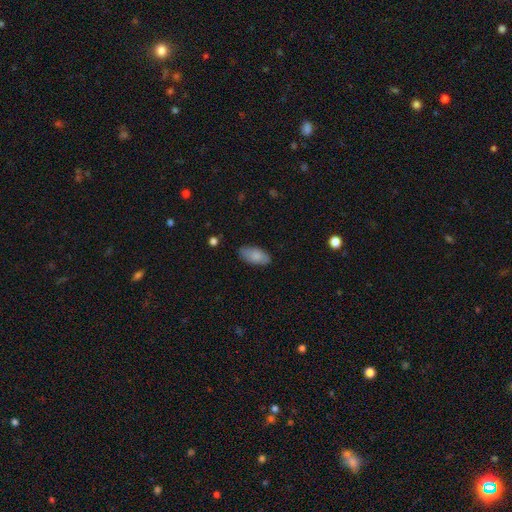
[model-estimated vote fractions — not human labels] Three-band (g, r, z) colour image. It shows a smooth galaxy with no disk features (84%) that is in between round and cigar-shaped (91%). Merging: none (82%).